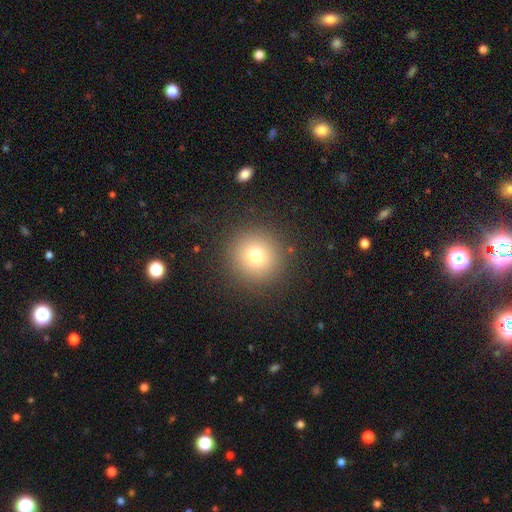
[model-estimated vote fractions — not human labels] smooth-or-featured: smooth: 75% | star or artifact: 14% | featured or disk: 11%
  how-rounded: round: 94% | in between: 5% | cigar-shaped: 1%
  merging: none: 90% | minor disturbance: 6% | major disturbance: 3% | merger: 1%